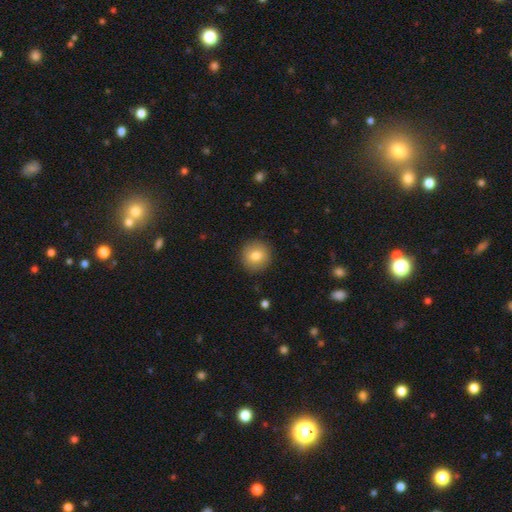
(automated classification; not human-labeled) The model was most divided on "smooth or featured": smooth: 81%, featured or disk: 11%, star or artifact: 9%. More confident: how rounded — round (93%); merging — none (90%).